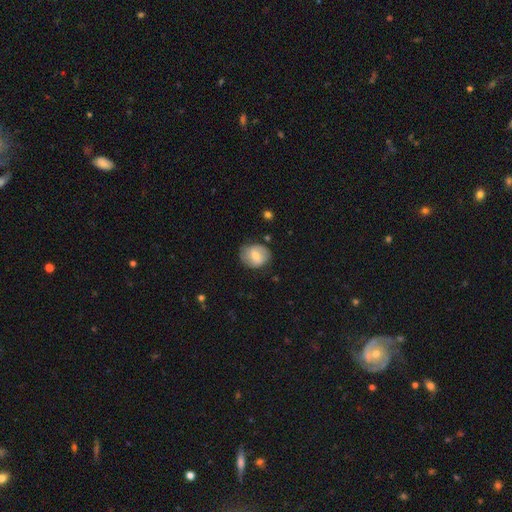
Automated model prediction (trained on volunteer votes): Smooth or featured: smooth — 53% (featured or disk — 40%)
How rounded: round — 63% (in between — 36%)
Merging: none — 74% (minor disturbance — 19%)